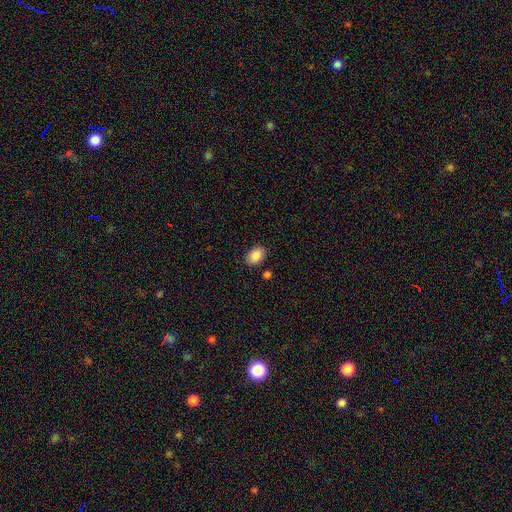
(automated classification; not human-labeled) This appears to be a smooth galaxy with no disk features (89%) that is in between round and cigar-shaped (83%). Merging: none (85%).